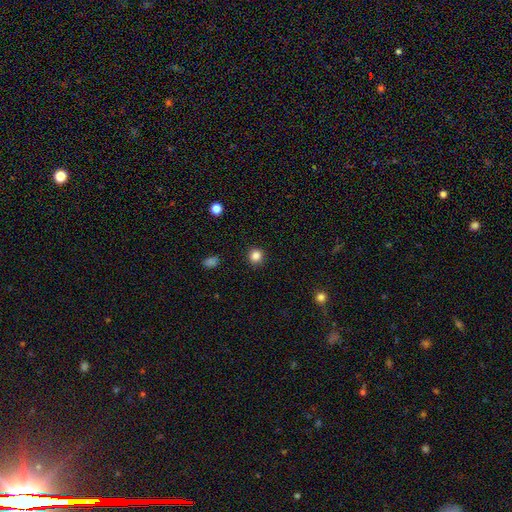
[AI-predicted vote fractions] Smooth or featured: smooth — 85% (star or artifact — 12%)
How rounded: round — 92% (in between — 7%)
Merging: none — 91% (minor disturbance — 6%)